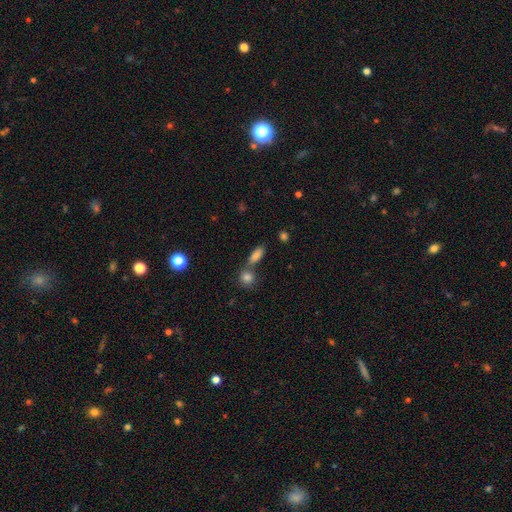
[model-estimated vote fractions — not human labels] A smooth galaxy with no disk features (75%) that is in between round and cigar-shaped (60%). Merging: none (57%).